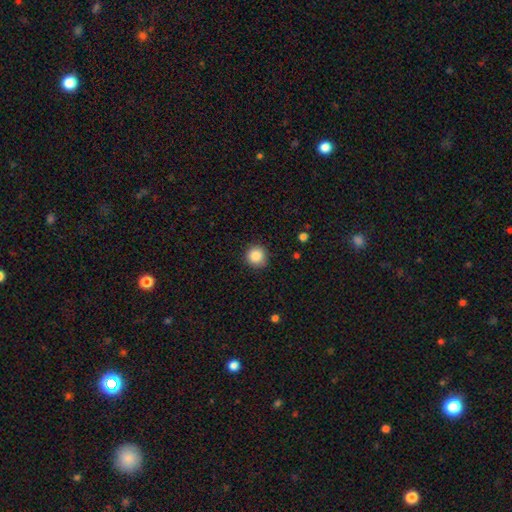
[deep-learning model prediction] This appears to be a smooth galaxy with no disk features (87%) that is round (93%). Merging: none (88%).